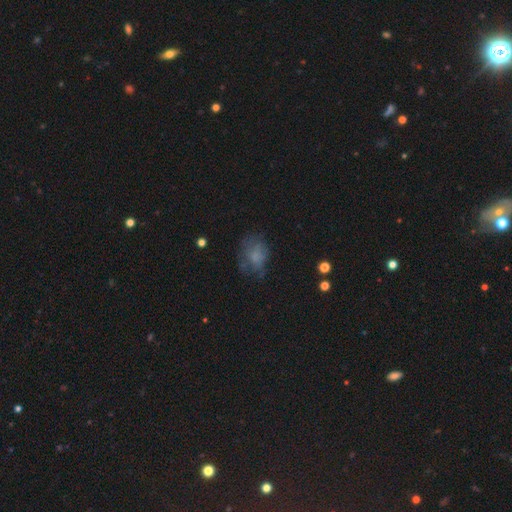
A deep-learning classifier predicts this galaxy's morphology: A smooth galaxy with no disk features (56%) that is in between round and cigar-shaped (57%). Merging: none (53%).